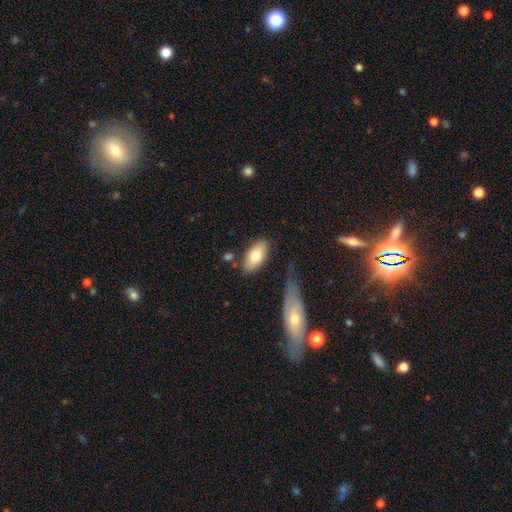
A smooth galaxy with no disk features (64%) that is in between round and cigar-shaped (96%). Merging: none (81%).